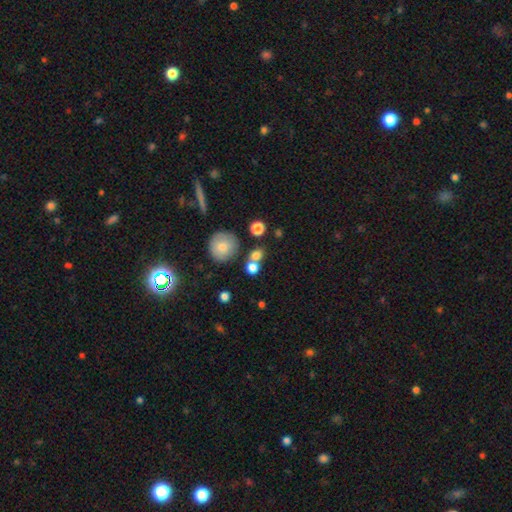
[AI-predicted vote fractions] A smooth galaxy with no disk features (76%) that is round (74%). Merging: none (54%).